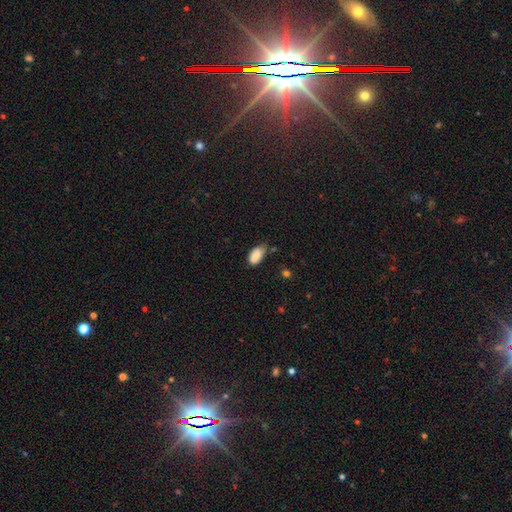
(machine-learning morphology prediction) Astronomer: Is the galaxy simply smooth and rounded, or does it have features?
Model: smooth — 86%.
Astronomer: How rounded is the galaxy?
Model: in between — 93%.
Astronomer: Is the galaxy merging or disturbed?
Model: none — 53% (runner-up: minor disturbance, 37%).